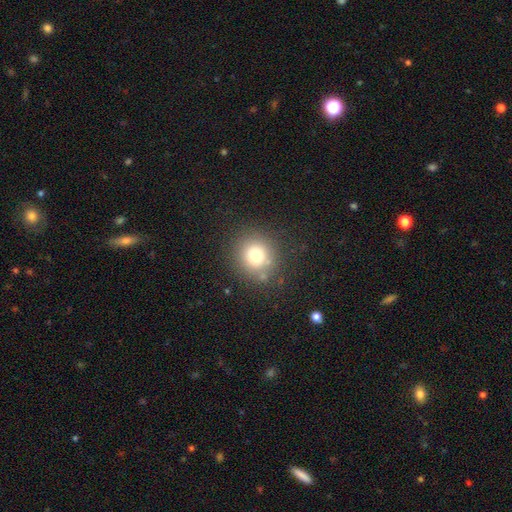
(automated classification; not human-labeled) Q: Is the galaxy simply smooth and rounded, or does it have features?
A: smooth — 76%.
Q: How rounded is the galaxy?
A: round — 88%.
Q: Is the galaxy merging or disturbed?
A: none — 82%.